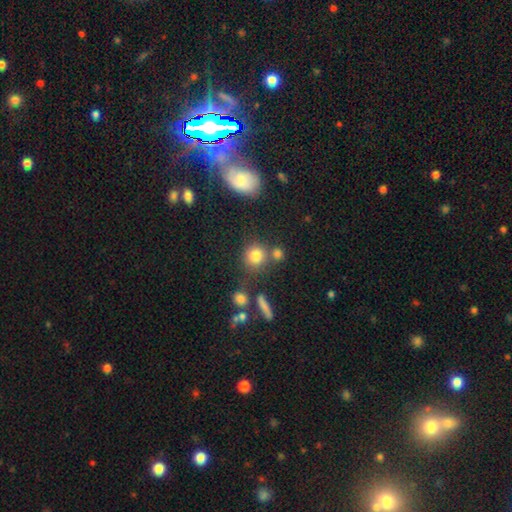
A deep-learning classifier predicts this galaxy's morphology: This appears to be a smooth galaxy with no disk features (77%) that is round (86%). Merging: none (67%).